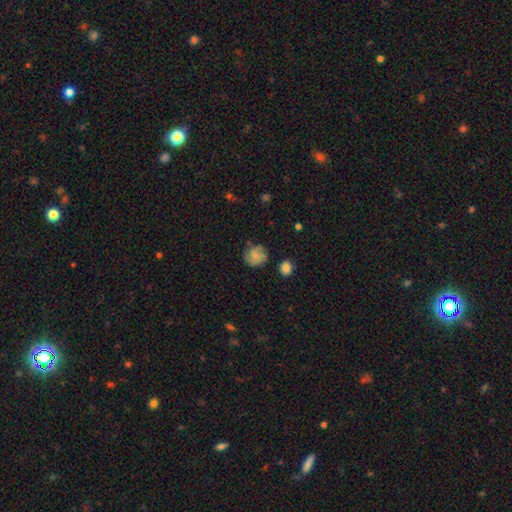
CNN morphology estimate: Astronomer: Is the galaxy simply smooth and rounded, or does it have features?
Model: smooth — 56% (runner-up: featured or disk, 33%).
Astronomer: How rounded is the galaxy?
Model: round — 75%.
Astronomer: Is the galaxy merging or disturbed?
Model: none — 65%.